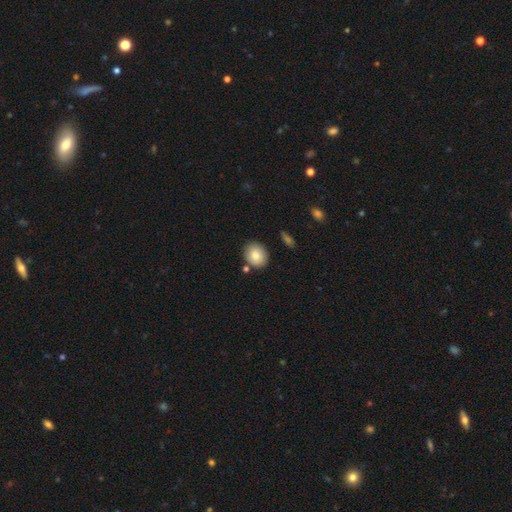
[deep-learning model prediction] Morphology: type=smooth (84%); roundness=round (56%); merging=none (80%).